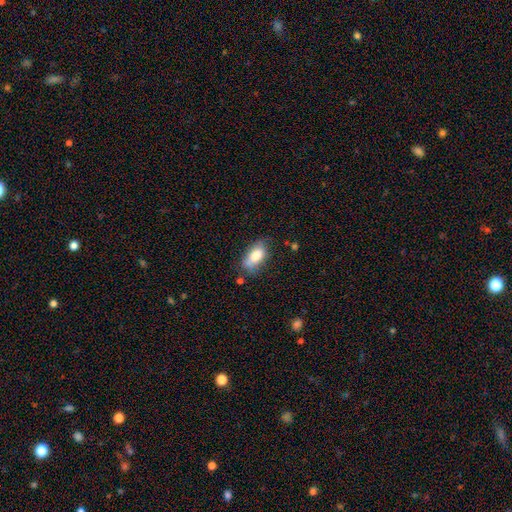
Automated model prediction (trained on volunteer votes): Smooth or featured? Predicted: smooth (p=0.77). How rounded? Predicted: in between (p=0.89). Merging? Predicted: none (p=0.54).